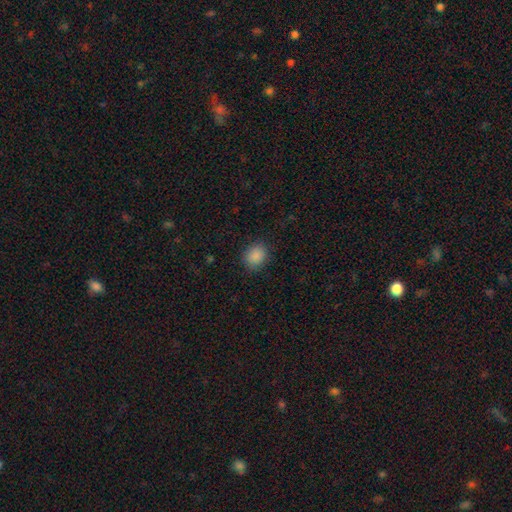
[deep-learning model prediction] A smooth galaxy with no disk features (88%) that is round (65%). Merging: none (86%).